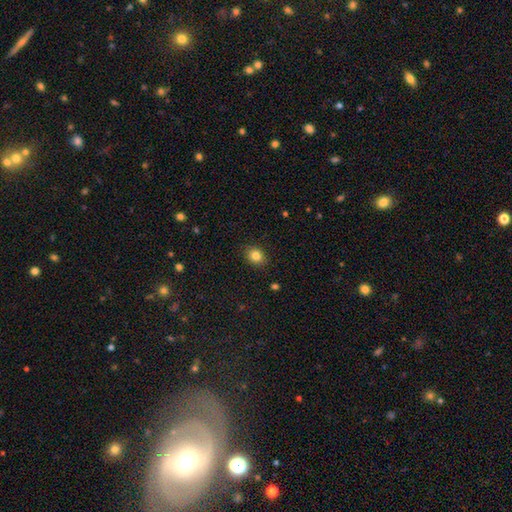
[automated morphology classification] Smooth or featured? smooth (83%)
How rounded? round (52%)
Merging? none (88%)